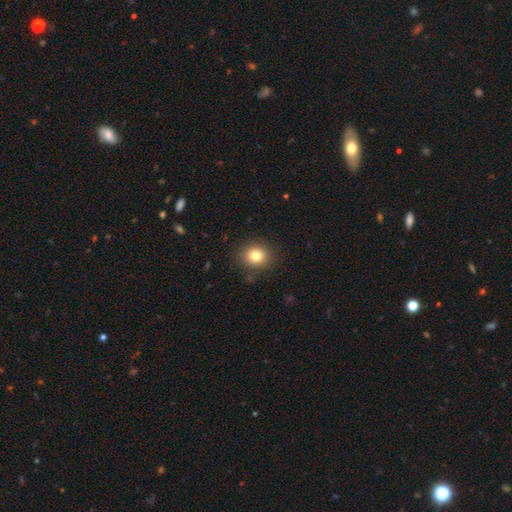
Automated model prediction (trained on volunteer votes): This appears to be a smooth galaxy with no disk features (81%) that is round (74%). Merging: none (88%).